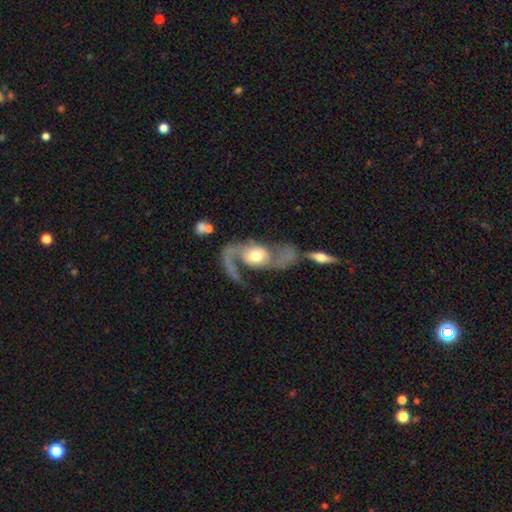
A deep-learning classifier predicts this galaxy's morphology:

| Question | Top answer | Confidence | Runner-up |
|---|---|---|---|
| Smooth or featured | featured or disk | 83% | smooth (12%) |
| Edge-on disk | no | 96% | yes (4%) |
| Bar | no | 65% | weak (26%) |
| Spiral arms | yes | 90% | no (10%) |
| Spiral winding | loose | 69% | medium (25%) |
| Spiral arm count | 2 | 83% | 1 (12%) |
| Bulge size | moderate | 63% | large (25%) |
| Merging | none | 39% | major disturbance (32%) |